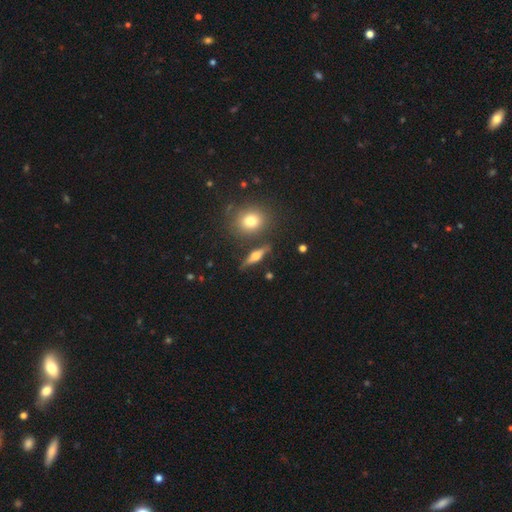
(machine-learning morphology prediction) Smooth or featured? featured or disk (60%)
Edge-on disk? yes (92%)
Edge-on bulge? rounded (90%)
Merging? none (80%)